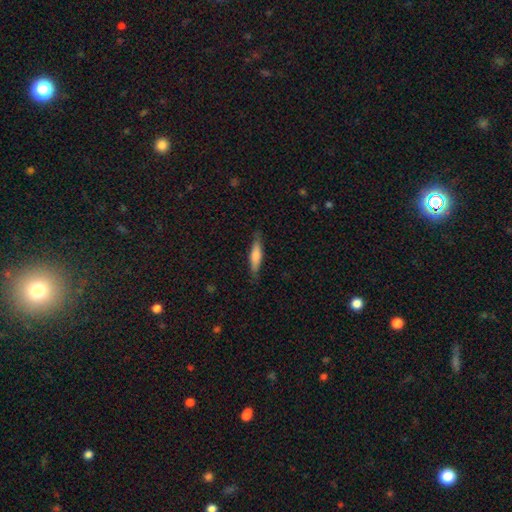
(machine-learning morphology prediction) smooth-or-featured: smooth: 74% | featured or disk: 21% | star or artifact: 6%
  how-rounded: cigar-shaped: 79% | in between: 19% | round: 1%
  merging: none: 83% | minor disturbance: 14% | major disturbance: 3% | merger: 1%